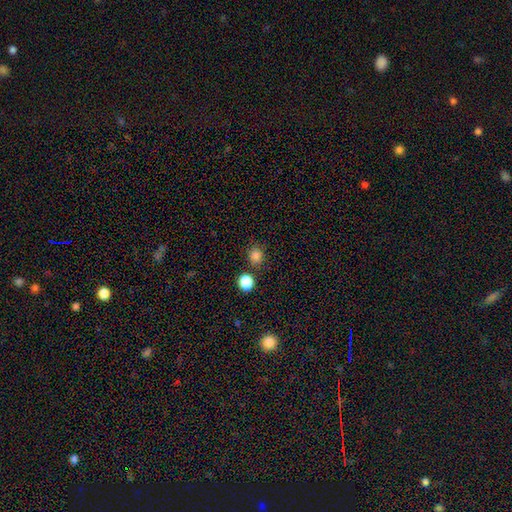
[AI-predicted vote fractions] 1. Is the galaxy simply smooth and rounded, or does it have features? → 82% smooth, 13% star or artifact, 4% featured or disk.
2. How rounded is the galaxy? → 84% round, 15% in between, 1% cigar-shaped.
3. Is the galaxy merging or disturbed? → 78% none, 10% minor disturbance, 9% merger, 3% major disturbance.